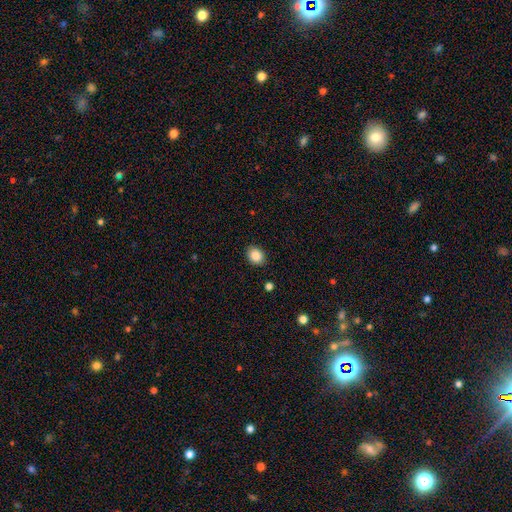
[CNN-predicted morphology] Smooth or featured? smooth (86%)
How rounded? in between (55%)
Merging? none (89%)